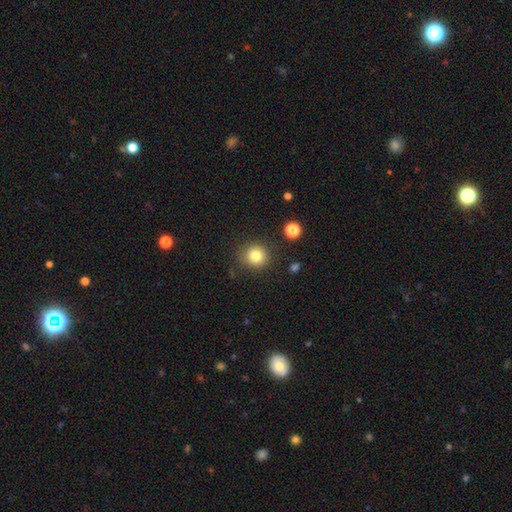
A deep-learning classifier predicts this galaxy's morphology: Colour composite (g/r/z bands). It shows a smooth galaxy with no disk features (82%) that is round (89%). Merging: none (86%).